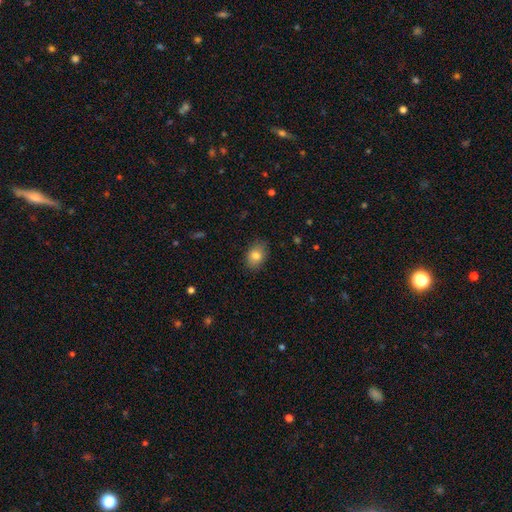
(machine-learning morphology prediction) smooth-or-featured: smooth: 81% | featured or disk: 10% | star or artifact: 9%
  how-rounded: in between: 71% | round: 28% | cigar-shaped: 1%
  merging: none: 85% | minor disturbance: 12% | major disturbance: 3% | merger: 1%